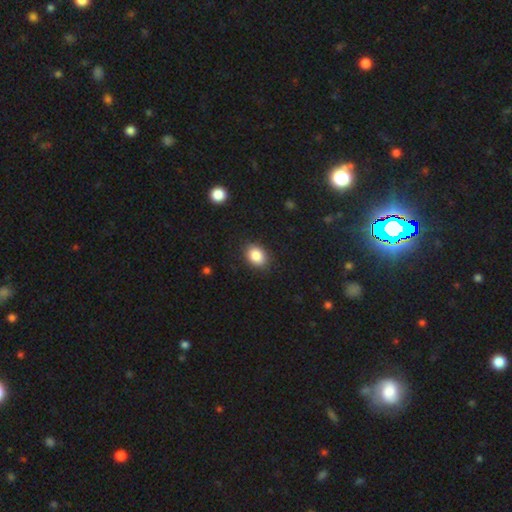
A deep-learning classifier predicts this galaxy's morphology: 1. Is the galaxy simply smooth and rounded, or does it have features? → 87% smooth, 8% star or artifact, 5% featured or disk.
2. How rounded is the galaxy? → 69% in between, 30% round, 1% cigar-shaped.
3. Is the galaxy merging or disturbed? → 88% none, 9% minor disturbance, 2% major disturbance, 1% merger.